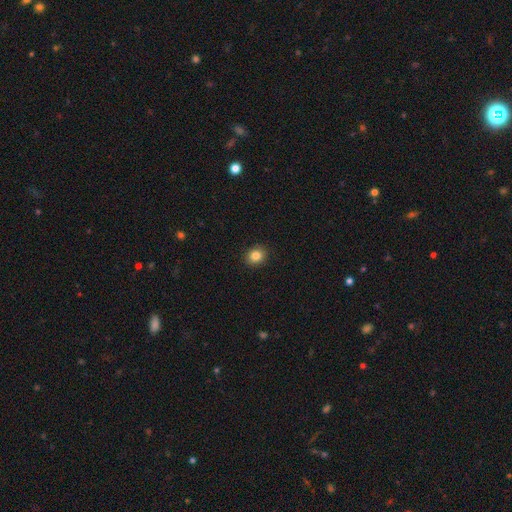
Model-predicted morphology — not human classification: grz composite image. It shows a smooth galaxy with no disk features (85%) that is round (68%). Merging: none (91%).